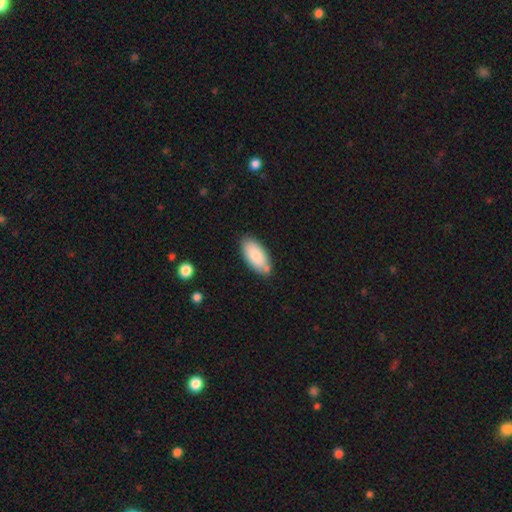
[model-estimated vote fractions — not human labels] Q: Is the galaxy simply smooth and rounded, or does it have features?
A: smooth — 84%.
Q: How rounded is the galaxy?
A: in between — 90%.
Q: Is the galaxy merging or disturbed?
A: none — 78%.